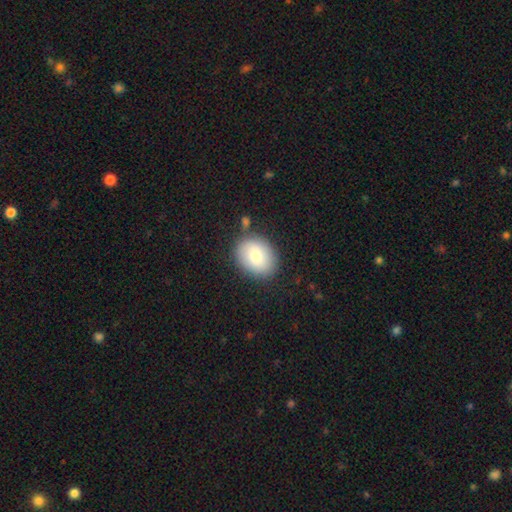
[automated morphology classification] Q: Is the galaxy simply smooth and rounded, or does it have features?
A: smooth — 76%.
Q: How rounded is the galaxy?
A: in between — 52%.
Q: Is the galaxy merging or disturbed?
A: none — 81%.